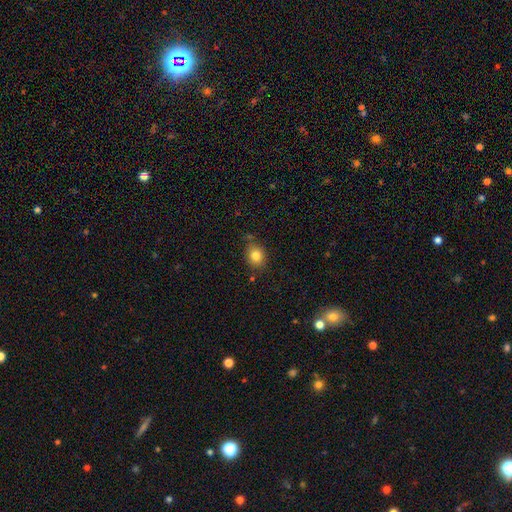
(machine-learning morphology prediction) Smooth or featured? smooth (82%)
How rounded? round (63%)
Merging? none (78%)